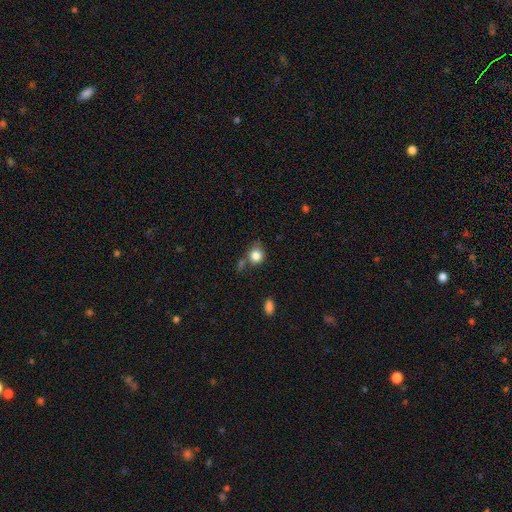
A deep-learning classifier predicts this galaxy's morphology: A smooth galaxy with no disk features (83%) that is round (78%).

Vote fractions:
- Smooth or featured? smooth: 83% / star or artifact: 10% / featured or disk: 7%
- How rounded? round: 78% / in between: 21% / cigar-shaped: 1%
- Merging? none: 57% / minor disturbance: 21% / merger: 14% / major disturbance: 7%